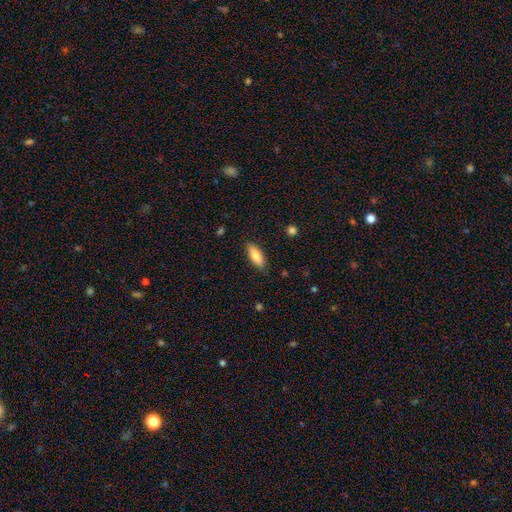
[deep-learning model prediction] The model was most divided on "how rounded": in between: 73%, cigar-shaped: 25%, round: 2%. More confident: merging — none (85%); smooth or featured — smooth (81%).